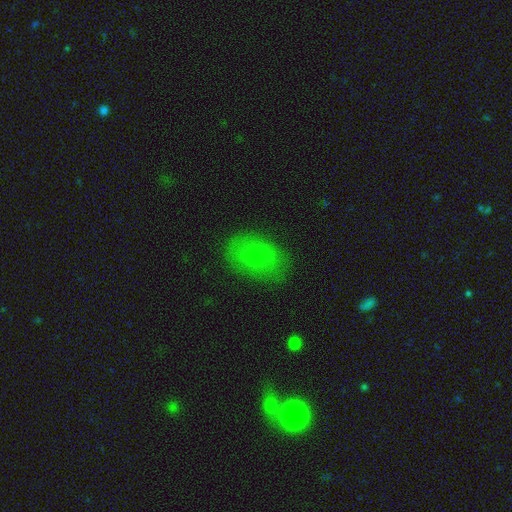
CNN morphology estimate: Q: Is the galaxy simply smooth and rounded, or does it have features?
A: smooth — 65%.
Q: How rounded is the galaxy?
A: in between — 82%.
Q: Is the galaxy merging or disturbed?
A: none — 77%.